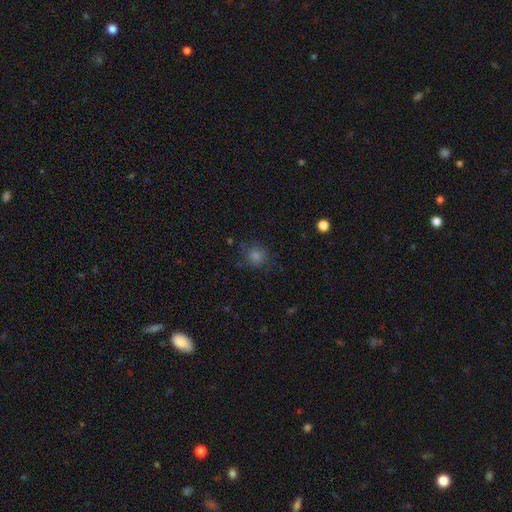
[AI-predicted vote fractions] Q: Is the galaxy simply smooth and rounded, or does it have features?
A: smooth — 59%.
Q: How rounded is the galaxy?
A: round — 85%.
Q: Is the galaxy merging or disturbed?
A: none — 77%.